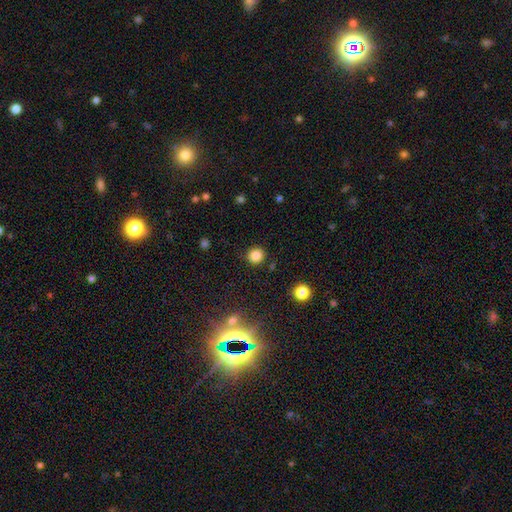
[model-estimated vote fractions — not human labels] Overall: smooth (83%). How rounded: round (91%). Merging: none (89%).